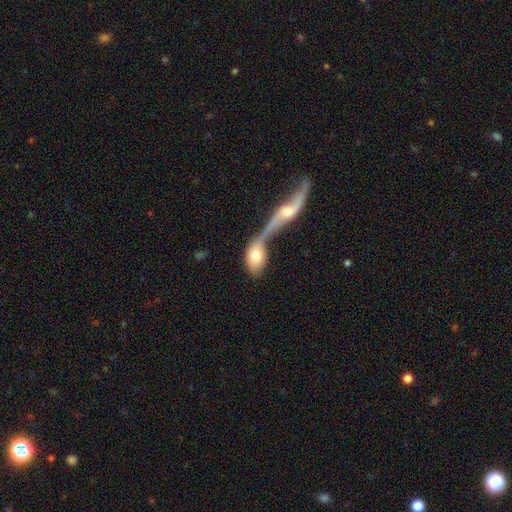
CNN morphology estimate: smooth-or-featured: smooth: 71% | featured or disk: 23% | star or artifact: 6%
  how-rounded: in between: 85% | round: 9% | cigar-shaped: 5%
  merging: merger: 63% | none: 22% | minor disturbance: 7% | major disturbance: 7%